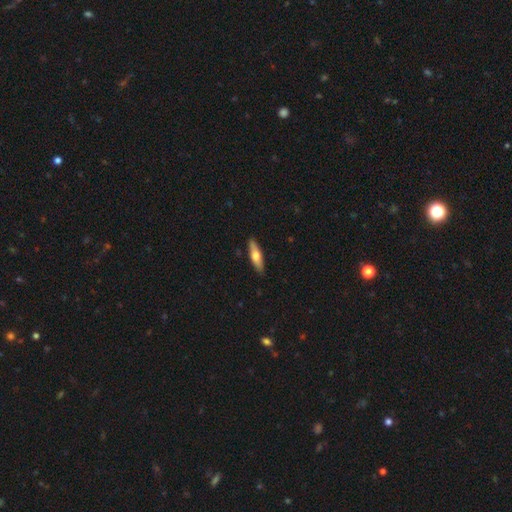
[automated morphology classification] type=smooth (58%); roundness=cigar-shaped (67%); merging=none (88%).